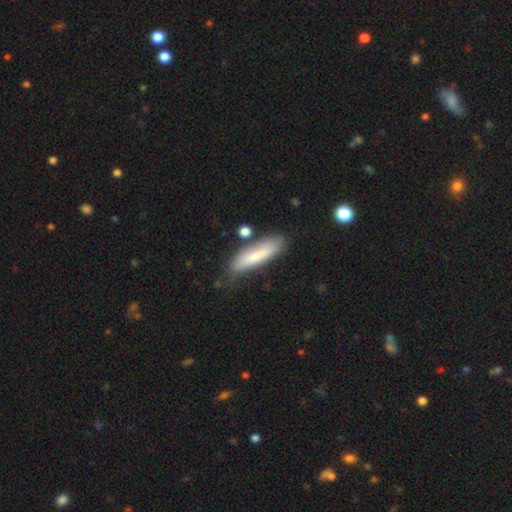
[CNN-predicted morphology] smooth-or-featured: smooth: 70% | featured or disk: 24% | star or artifact: 6%
  how-rounded: cigar-shaped: 67% | in between: 31% | round: 2%
  merging: none: 72% | minor disturbance: 17% | merger: 6% | major disturbance: 4%